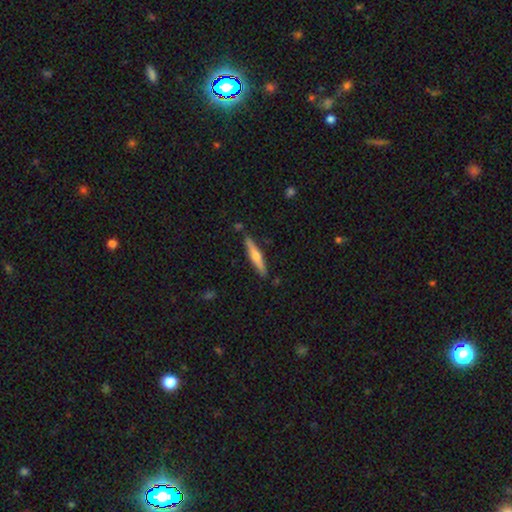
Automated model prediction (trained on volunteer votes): Smooth or featured? Predicted: featured or disk (p=0.54). Edge-on disk? Predicted: yes (p=0.97). Edge-on bulge? Predicted: rounded (p=0.81). Merging? Predicted: none (p=0.88).